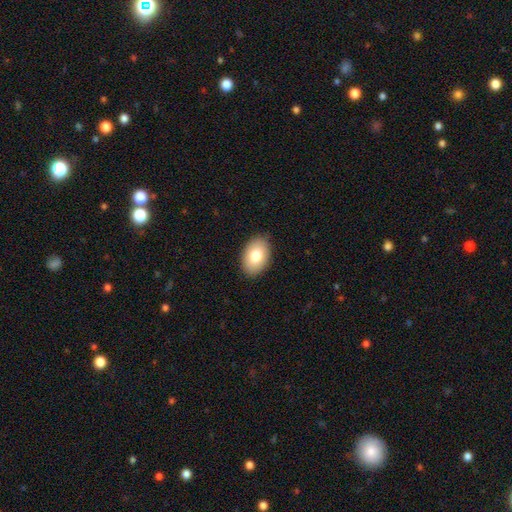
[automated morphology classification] type=smooth (79%); roundness=in between (89%); merging=none (87%).